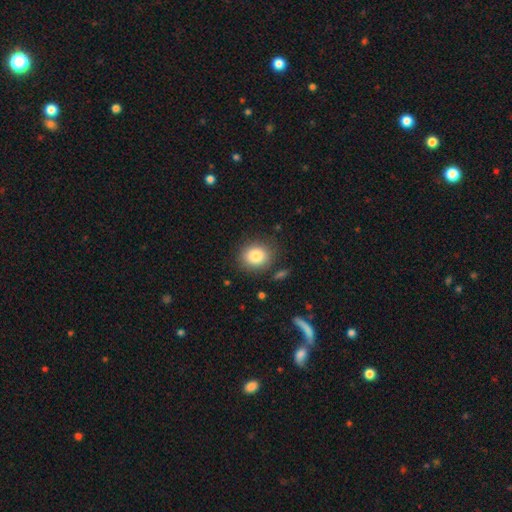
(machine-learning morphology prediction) Smooth or featured: smooth — 84% (star or artifact — 9%)
How rounded: round — 69% (in between — 30%)
Merging: none — 84% (minor disturbance — 10%)